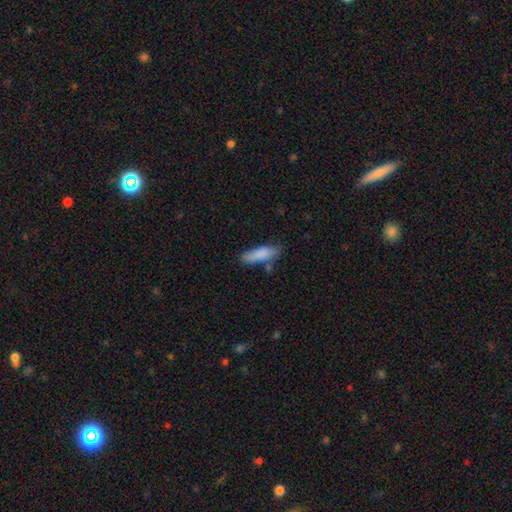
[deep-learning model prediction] smooth_or_featured: smooth (p=0.86) [alt: featured or disk p=0.08]
how_rounded: cigar-shaped (p=0.58) [alt: in between p=0.41]
merging: none (p=0.71) [alt: minor disturbance p=0.19]